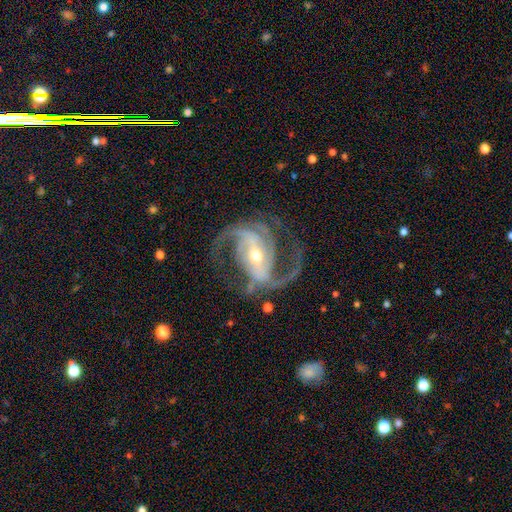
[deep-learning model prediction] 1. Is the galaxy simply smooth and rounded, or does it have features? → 92% featured or disk, 5% star or artifact, 3% smooth.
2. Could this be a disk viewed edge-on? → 97% no, 3% yes.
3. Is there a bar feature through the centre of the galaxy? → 55% strong, 31% weak, 14% no.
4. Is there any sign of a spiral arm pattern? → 98% yes, 2% no.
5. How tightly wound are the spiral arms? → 55% medium, 29% loose, 16% tight.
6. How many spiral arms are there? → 64% 2, 21% 3, 5% can't tell, 5% 4, 3% 1, 3% more than 4.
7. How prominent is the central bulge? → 52% small, 44% moderate, 3% large, 1% none, 1% dominant.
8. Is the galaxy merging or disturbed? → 68% none, 15% major disturbance, 15% minor disturbance, 2% merger.